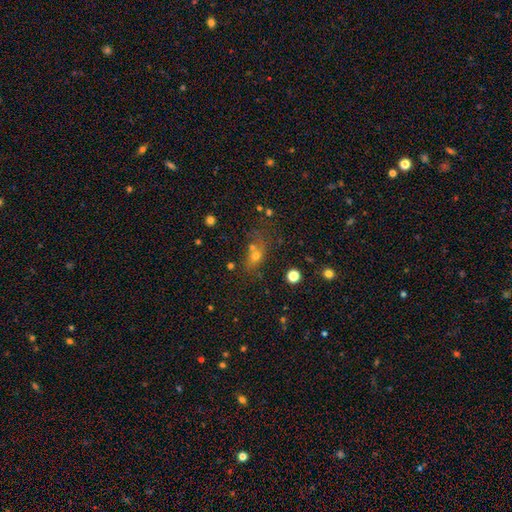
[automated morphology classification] type=smooth (63%); roundness=in between (54%); merging=none (49%).